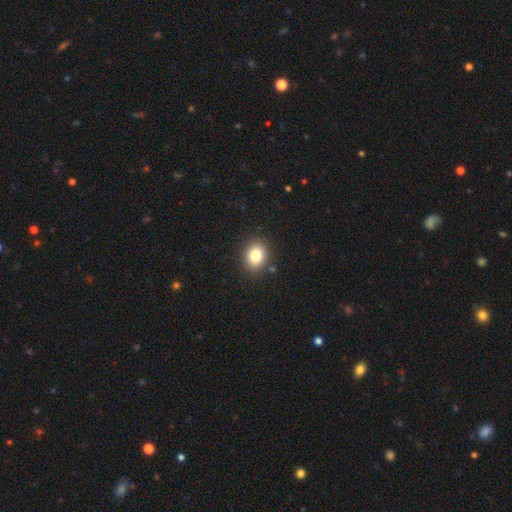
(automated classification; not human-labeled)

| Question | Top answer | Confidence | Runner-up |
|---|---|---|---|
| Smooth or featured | smooth | 81% | star or artifact (11%) |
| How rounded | round | 58% | in between (41%) |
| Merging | none | 88% | minor disturbance (8%) |